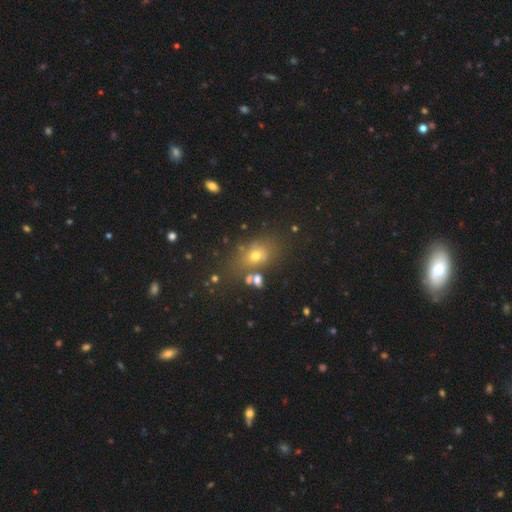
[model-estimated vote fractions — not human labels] This is likely a smooth galaxy (62%). How rounded: possibly in between (58%). Merging: likely none (69%).